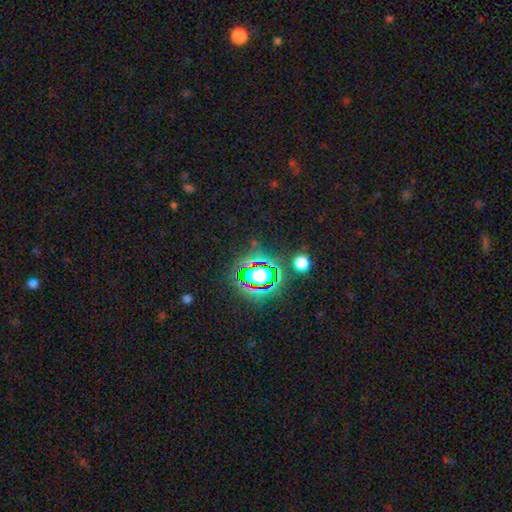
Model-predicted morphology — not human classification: Smooth or featured: star or artifact — 82% (smooth — 12%)